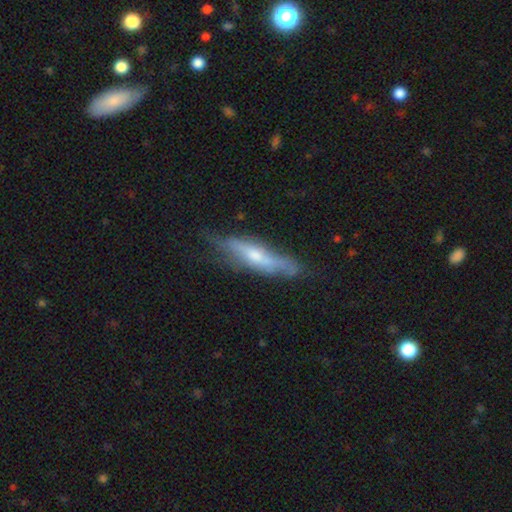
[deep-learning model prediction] This appears to be a featured or disk galaxy (59%) viewed edge-on (77%). Merging: none (62%).